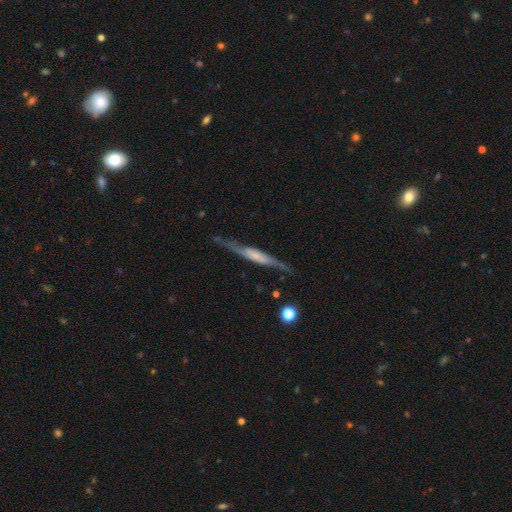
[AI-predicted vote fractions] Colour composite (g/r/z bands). It shows a featured or disk galaxy (68%) viewed edge-on (85%) with a boxy central bulge (36%). Merging: none (74%).